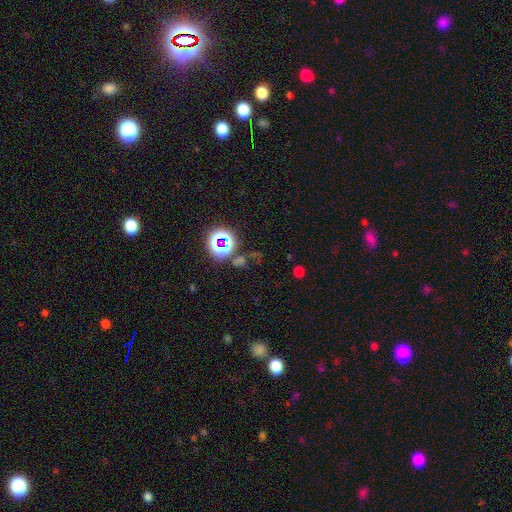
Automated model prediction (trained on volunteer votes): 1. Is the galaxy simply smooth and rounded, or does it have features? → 67% star or artifact, 23% smooth, 10% featured or disk.